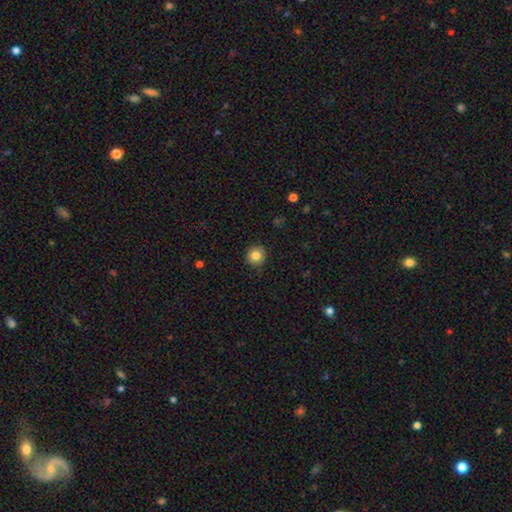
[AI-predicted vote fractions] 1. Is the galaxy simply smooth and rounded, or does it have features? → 83% smooth, 10% star or artifact, 7% featured or disk.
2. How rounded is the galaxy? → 92% round, 7% in between, 1% cigar-shaped.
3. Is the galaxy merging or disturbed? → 86% none, 11% minor disturbance, 2% major disturbance, 1% merger.